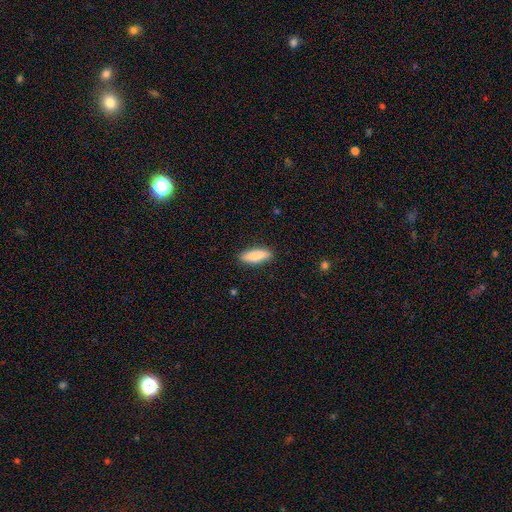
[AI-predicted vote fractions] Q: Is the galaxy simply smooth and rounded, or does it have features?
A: smooth — 86%.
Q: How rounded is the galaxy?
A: in between — 50%.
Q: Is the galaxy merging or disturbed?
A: none — 89%.